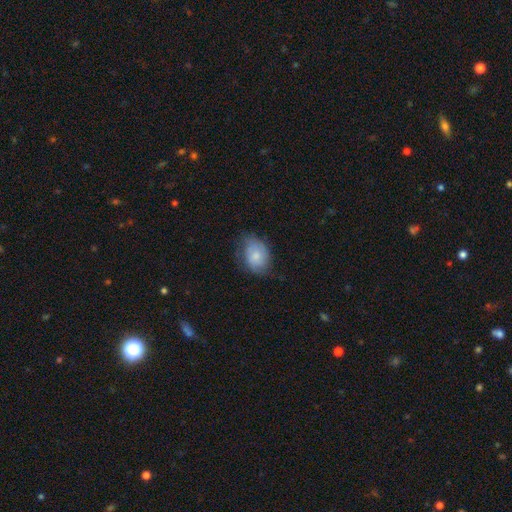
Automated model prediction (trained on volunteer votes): This appears to be a smooth galaxy with no disk features (76%) that is in between round and cigar-shaped (74%). Merging: none (58%).